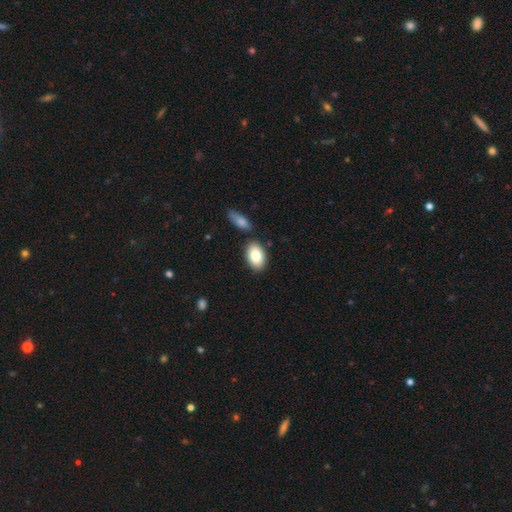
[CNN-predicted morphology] smooth-or-featured: smooth: 82% | featured or disk: 11% | star or artifact: 7%
  how-rounded: in between: 91% | round: 7% | cigar-shaped: 1%
  merging: none: 78% | minor disturbance: 10% | merger: 9% | major disturbance: 2%